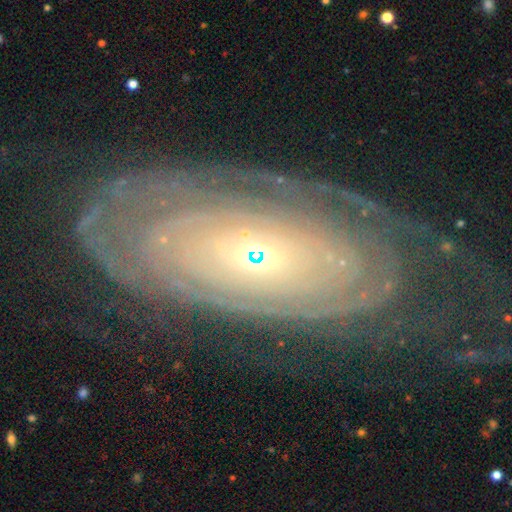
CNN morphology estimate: The model was most divided on "bulge size": small: 51%, moderate: 41%, large: 5%, dominant: 2%, none: 1%. More confident: edge-on disk — no (90%); spiral arms — yes (89%); spiral winding — tight (81%); smooth or featured — featured or disk (81%); bar — no (73%); merging — none (69%); spiral arm count — can't tell (55%).